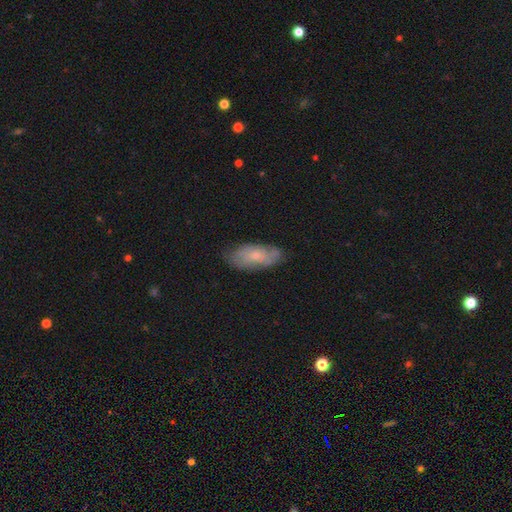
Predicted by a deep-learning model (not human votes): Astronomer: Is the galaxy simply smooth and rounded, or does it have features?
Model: smooth — 49% (runner-up: featured or disk, 43%).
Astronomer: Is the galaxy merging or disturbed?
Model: none — 73%.